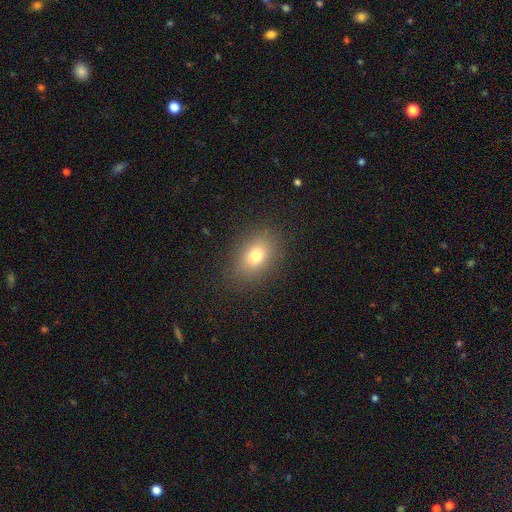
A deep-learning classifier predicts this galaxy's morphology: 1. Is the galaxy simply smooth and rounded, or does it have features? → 75% smooth, 12% featured or disk, 12% star or artifact.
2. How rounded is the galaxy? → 76% in between, 22% round, 2% cigar-shaped.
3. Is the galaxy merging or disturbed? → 86% none, 9% minor disturbance, 4% major disturbance, 1% merger.